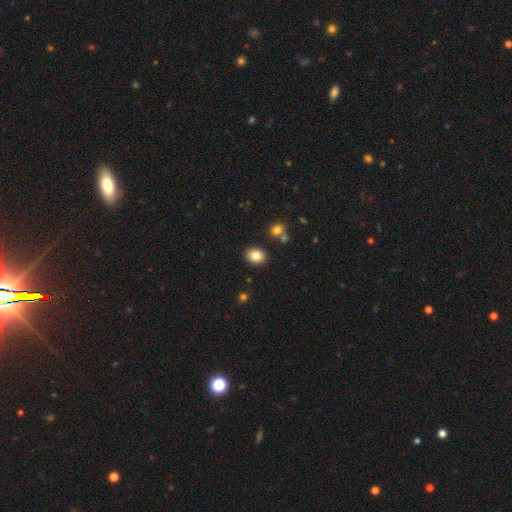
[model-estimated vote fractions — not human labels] The model was most divided on "how rounded": round: 51%, in between: 48%, cigar-shaped: 1%. More confident: merging — none (87%); smooth or featured — smooth (83%).